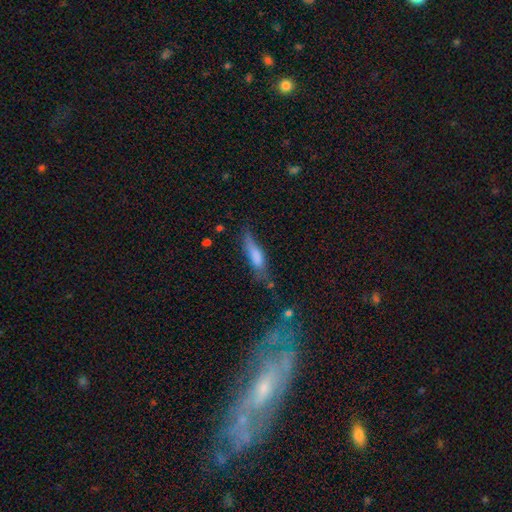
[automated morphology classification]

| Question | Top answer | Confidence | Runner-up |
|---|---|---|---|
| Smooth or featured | smooth | 73% | featured or disk (20%) |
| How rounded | cigar-shaped | 68% | in between (30%) |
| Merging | none | 48% | minor disturbance (32%) |